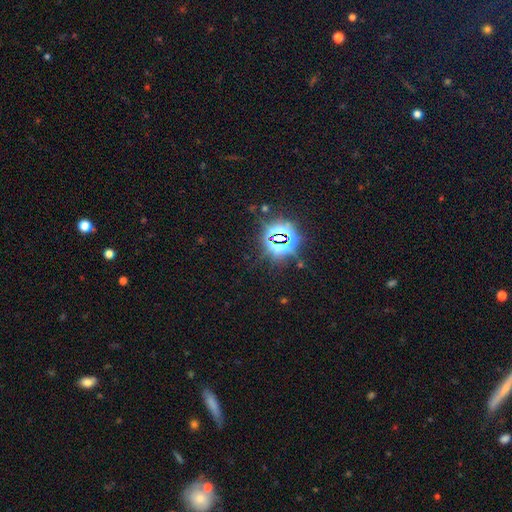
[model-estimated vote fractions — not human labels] A star or artifact, not a galaxy (81%).

Vote fractions:
- Smooth or featured? star or artifact: 81% / smooth: 12% / featured or disk: 7%